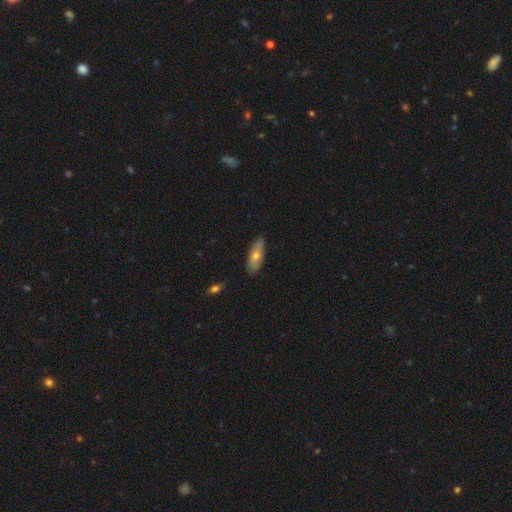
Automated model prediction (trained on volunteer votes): This appears to be a smooth galaxy with no disk features (57%) that is in between round and cigar-shaped (74%). Merging: none (82%).